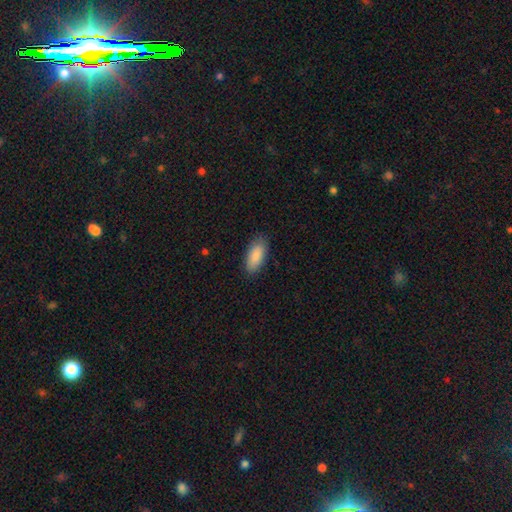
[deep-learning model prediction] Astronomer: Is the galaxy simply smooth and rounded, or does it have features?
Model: smooth — 89%.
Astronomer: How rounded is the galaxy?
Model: in between — 87%.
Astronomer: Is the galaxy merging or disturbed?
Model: none — 86%.